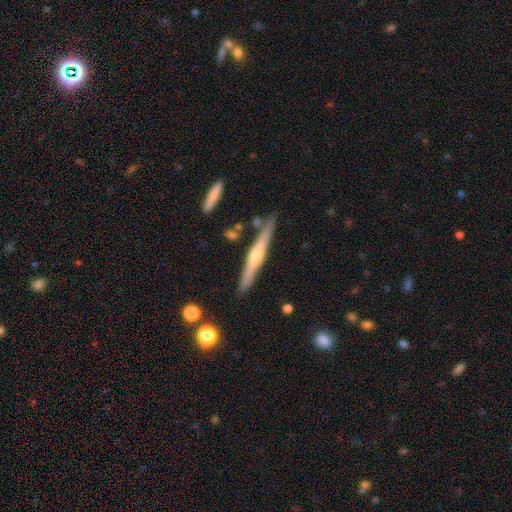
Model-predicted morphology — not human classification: Smooth or featured? featured or disk (70%)
Edge-on disk? yes (98%)
Edge-on bulge? rounded (80%)
Merging? none (86%)